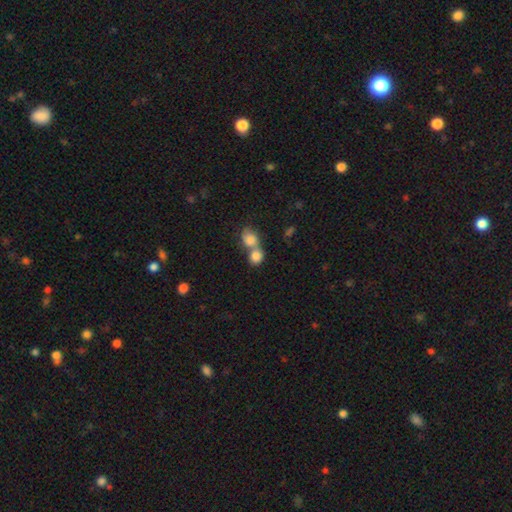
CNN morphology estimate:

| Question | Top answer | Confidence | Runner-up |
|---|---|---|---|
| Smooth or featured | smooth | 82% | featured or disk (10%) |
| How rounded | round | 65% | in between (34%) |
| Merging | merger | 68% | none (23%) |